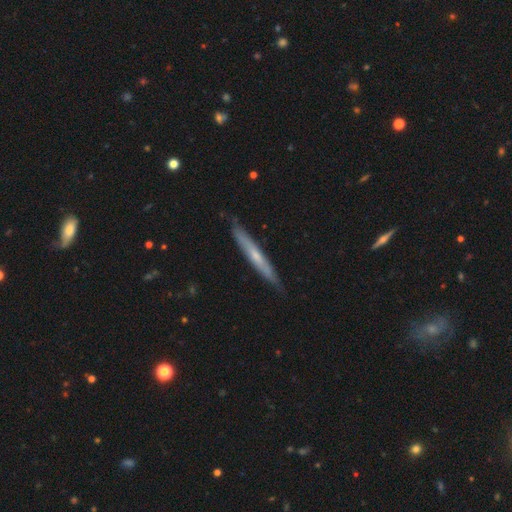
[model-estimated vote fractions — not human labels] The model was most divided on "smooth or featured": featured or disk: 54%, smooth: 40%, star or artifact: 6%. More confident: edge-on disk — yes (92%); merging — none (85%).